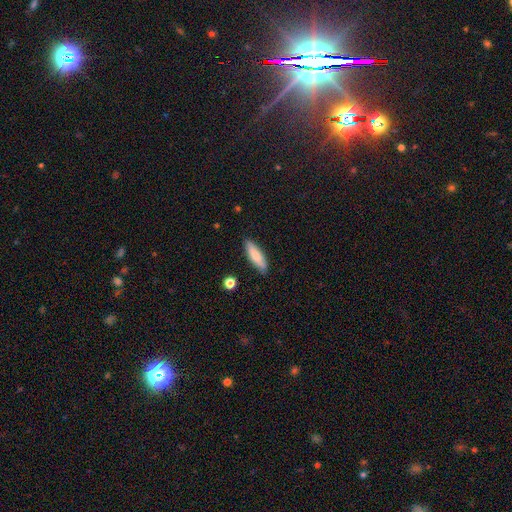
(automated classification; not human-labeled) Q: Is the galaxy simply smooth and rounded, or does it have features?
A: smooth — 78%.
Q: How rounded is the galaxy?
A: cigar-shaped — 54%.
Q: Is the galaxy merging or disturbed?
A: none — 85%.